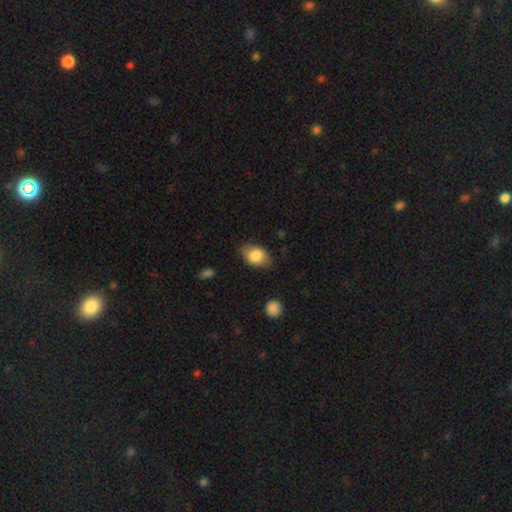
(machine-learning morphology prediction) Smooth or featured: smooth — 81% (featured or disk — 13%)
How rounded: in between — 83% (round — 16%)
Merging: none — 76% (minor disturbance — 19%)